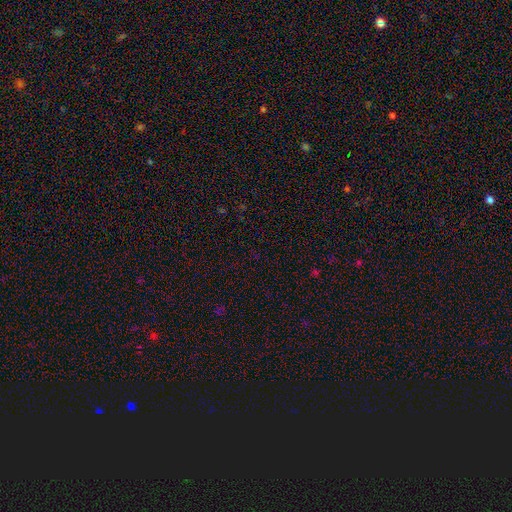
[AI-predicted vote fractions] Morphology: type=star or artifact (70%).